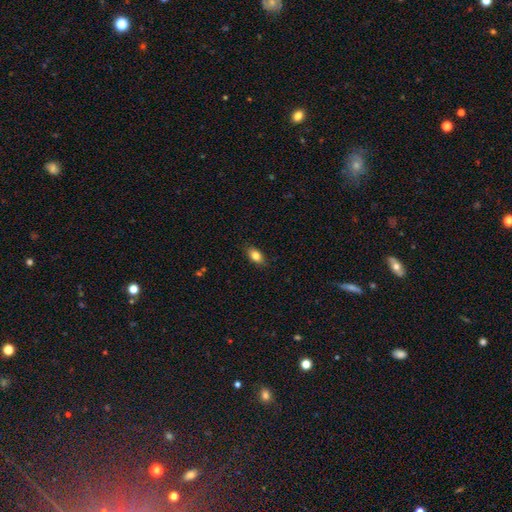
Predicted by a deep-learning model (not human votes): A smooth galaxy with no disk features (81%) that is in between round and cigar-shaped (86%). Merging: none (86%).